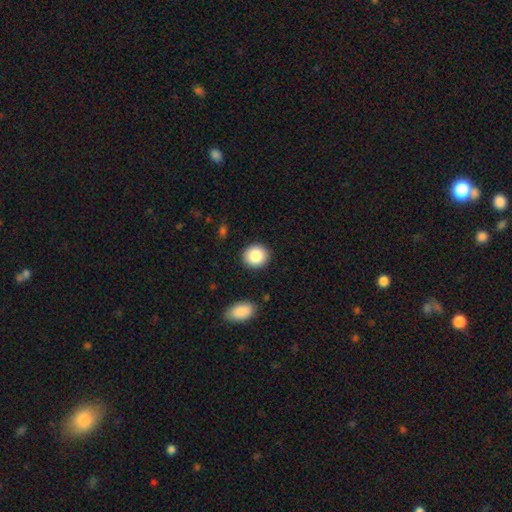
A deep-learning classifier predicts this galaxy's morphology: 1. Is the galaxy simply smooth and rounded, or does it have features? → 86% smooth, 8% star or artifact, 6% featured or disk.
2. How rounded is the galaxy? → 85% round, 14% in between, 1% cigar-shaped.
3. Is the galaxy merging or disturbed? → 90% none, 6% minor disturbance, 2% major disturbance, 2% merger.